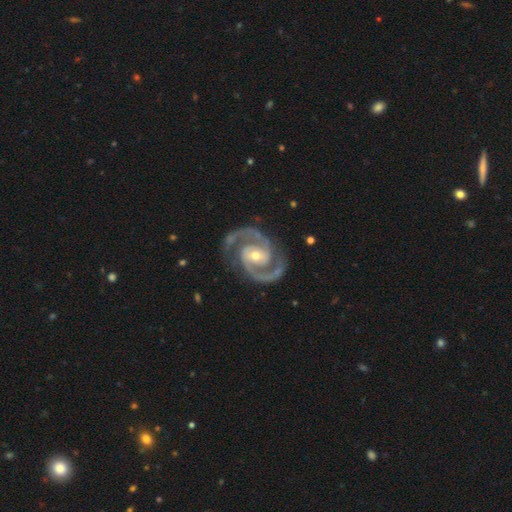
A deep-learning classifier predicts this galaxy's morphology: Q: Smooth or featured?
A: featured or disk (94%); runner-up: star or artifact (3%)
Q: Edge-on disk?
A: no (98%); runner-up: yes (2%)
Q: Bar?
A: no (41%); runner-up: weak (37%)
Q: Spiral arms?
A: yes (99%); runner-up: no (1%)
Q: Spiral winding?
A: medium (60%); runner-up: tight (32%)
Q: Spiral arm count?
A: 2 (94%); runner-up: 3 (2%)
Q: Bulge size?
A: moderate (57%); runner-up: small (39%)
Q: Merging?
A: none (83%); runner-up: minor disturbance (12%)